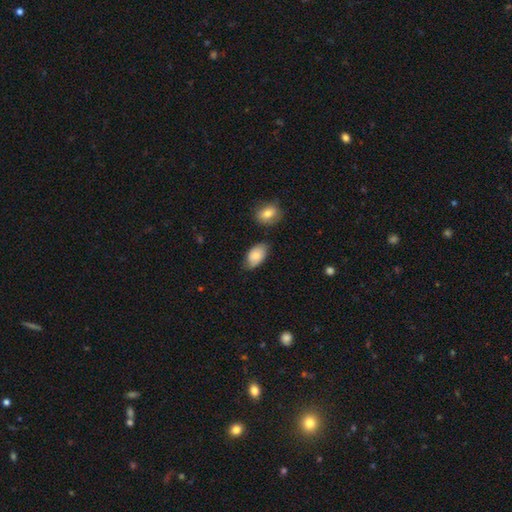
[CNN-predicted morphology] The model was most divided on "merging": none: 68%, minor disturbance: 23%, merger: 5%, major disturbance: 4%. More confident: how rounded — in between (93%); smooth or featured — smooth (80%).